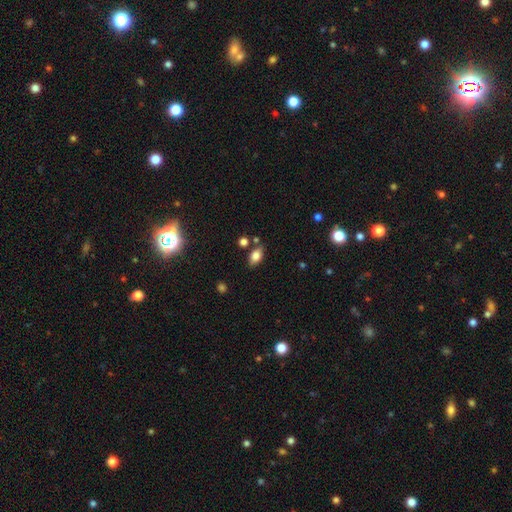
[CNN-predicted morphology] Overall: smooth (79%). How rounded: in between (87%). Merging: none (76%).